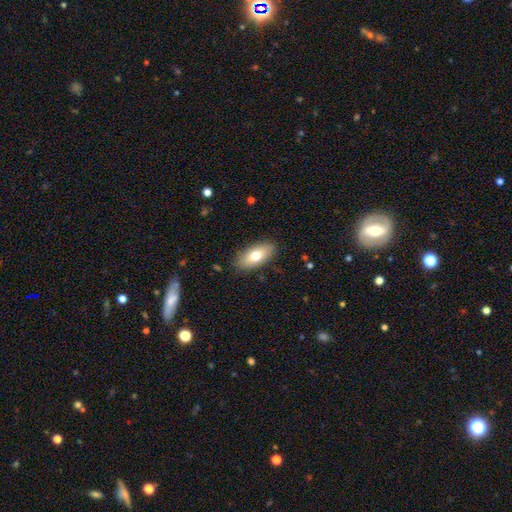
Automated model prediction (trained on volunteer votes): This is likely a smooth galaxy (73%). How rounded: clearly in between (87%). Merging: clearly none (87%).